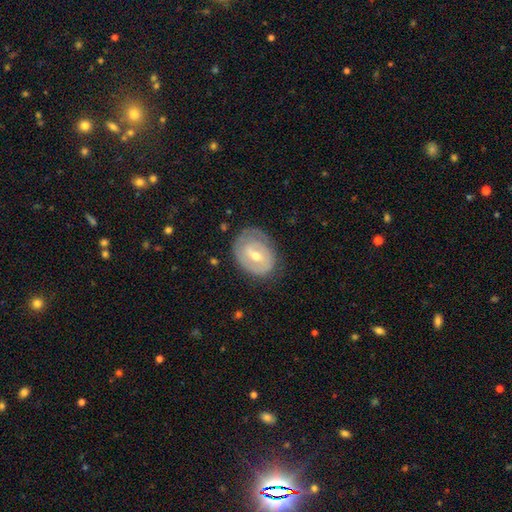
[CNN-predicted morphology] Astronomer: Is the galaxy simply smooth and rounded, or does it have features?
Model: featured or disk — 72%.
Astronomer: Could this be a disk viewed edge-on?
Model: no — 96%.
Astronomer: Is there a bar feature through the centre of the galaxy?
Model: weak — 50% (runner-up: no, 31%).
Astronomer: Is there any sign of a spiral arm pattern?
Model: yes — 75%.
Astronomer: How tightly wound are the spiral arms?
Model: tight — 66%.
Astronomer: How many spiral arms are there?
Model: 2 — 52%.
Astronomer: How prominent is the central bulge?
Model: moderate — 59% (runner-up: small, 37%).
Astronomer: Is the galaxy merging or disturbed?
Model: none — 72%.